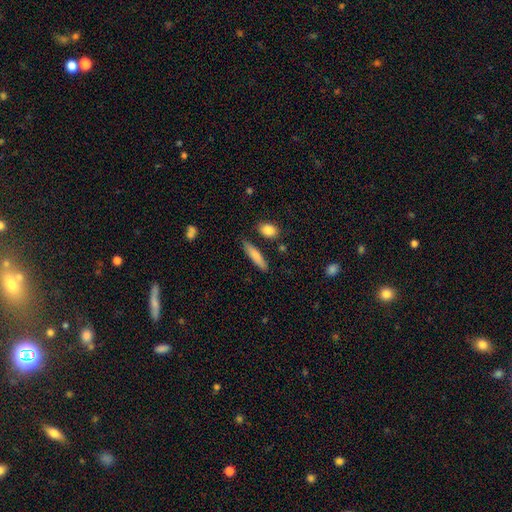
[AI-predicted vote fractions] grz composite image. It shows a smooth galaxy with no disk features (78%) that is cigar-shaped (82%). Merging: none (85%).